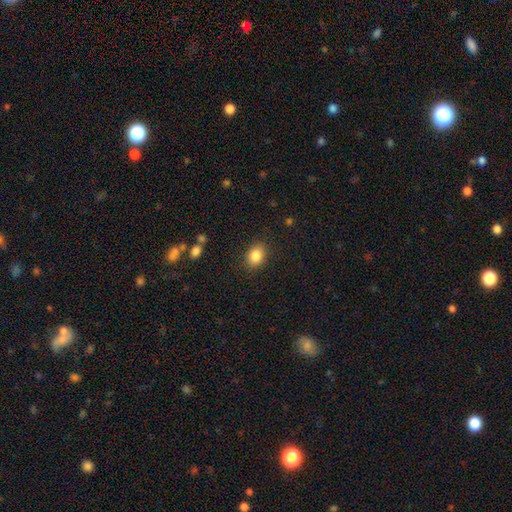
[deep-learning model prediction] Smooth or featured: smooth — 85% (star or artifact — 9%)
How rounded: in between — 65% (round — 34%)
Merging: none — 86% (minor disturbance — 10%)